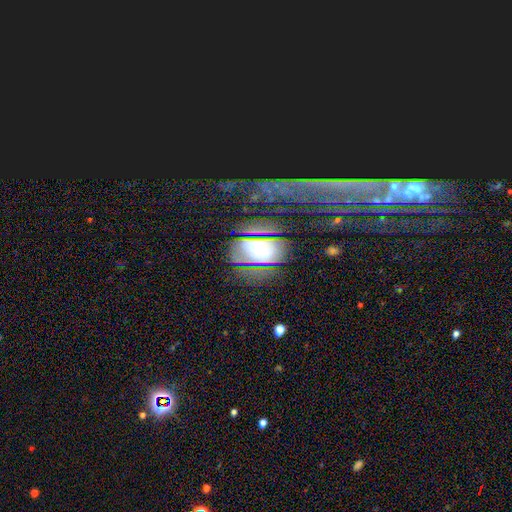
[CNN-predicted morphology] smooth-or-featured: featured or disk: 44% | star or artifact: 38% | smooth: 18%
  merging: none: 64% | minor disturbance: 17% | major disturbance: 14% | merger: 5%